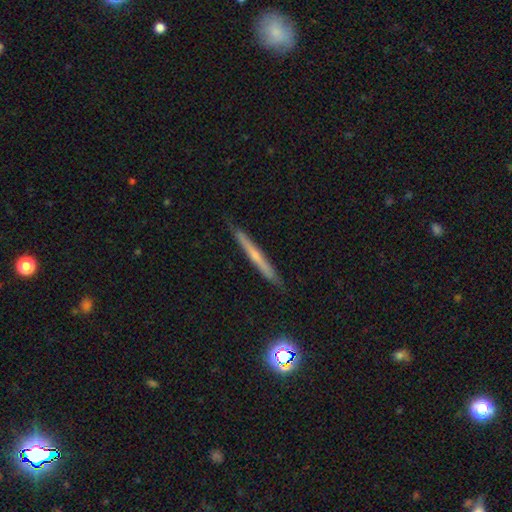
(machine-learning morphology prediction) Q: Smooth or featured?
A: featured or disk (54%); runner-up: smooth (38%)
Q: Edge-on disk?
A: yes (96%); runner-up: no (4%)
Q: Edge-on bulge?
A: none (58%); runner-up: rounded (38%)
Q: Merging?
A: none (89%); runner-up: minor disturbance (8%)